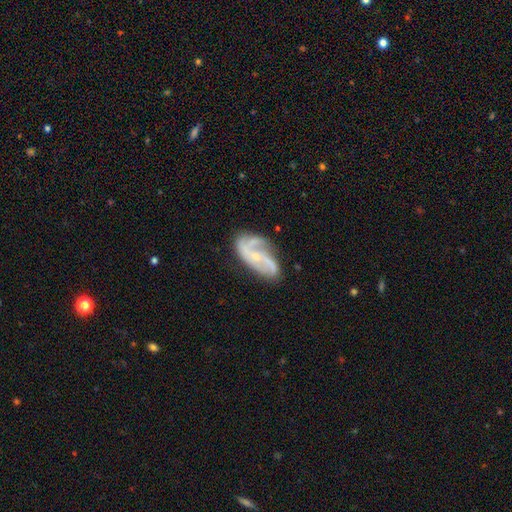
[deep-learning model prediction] This is clearly a featured or disk galaxy (83%). It is clearly not viewed edge-on (95%). Bar: possibly no (52%). Spiral arm pattern: clearly yes (94%). Spiral arm count: likely 2 (66%). Spiral winding: marginally medium (43%). Central bulge: likely small (73%). Merging: likely none (61%).